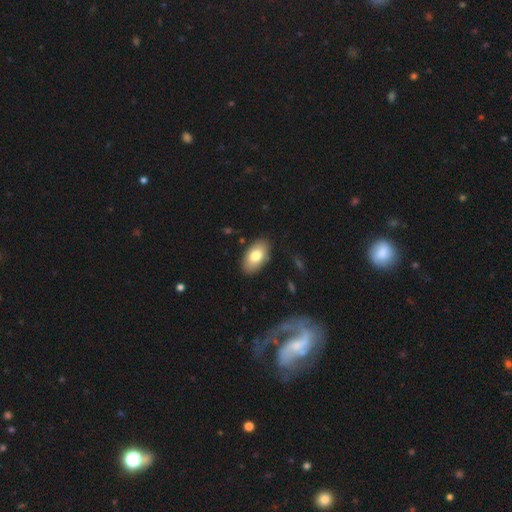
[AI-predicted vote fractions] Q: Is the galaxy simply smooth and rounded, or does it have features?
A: smooth — 77%.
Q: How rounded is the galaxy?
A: in between — 94%.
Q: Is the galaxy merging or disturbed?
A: none — 87%.